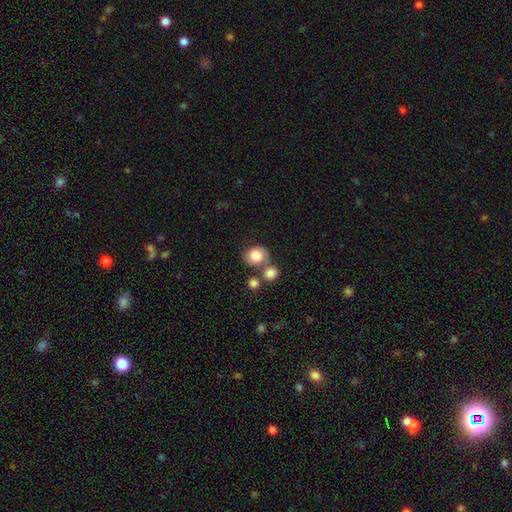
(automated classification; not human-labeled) Smooth or featured?
  - smooth: 78% *
  - featured or disk: 13%
  - star or artifact: 9%
How rounded?
  - round: 70% *
  - in between: 29%
  - cigar-shaped: 1%
Merging?
  - none: 56% *
  - merger: 26%
  - minor disturbance: 13%
  - major disturbance: 5%